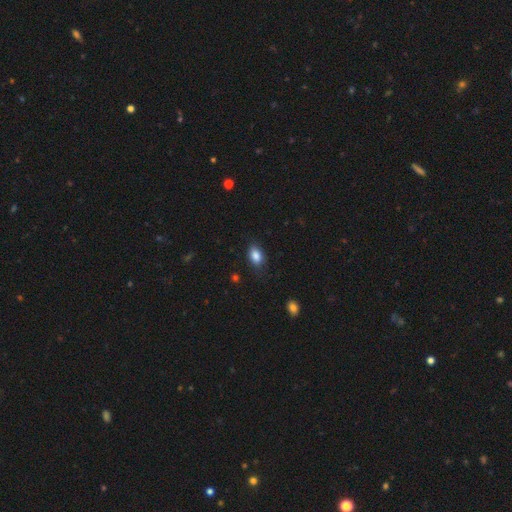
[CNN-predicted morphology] Q: Smooth or featured?
A: smooth (86%); runner-up: star or artifact (8%)
Q: How rounded?
A: in between (87%); runner-up: round (10%)
Q: Merging?
A: none (79%); runner-up: minor disturbance (17%)